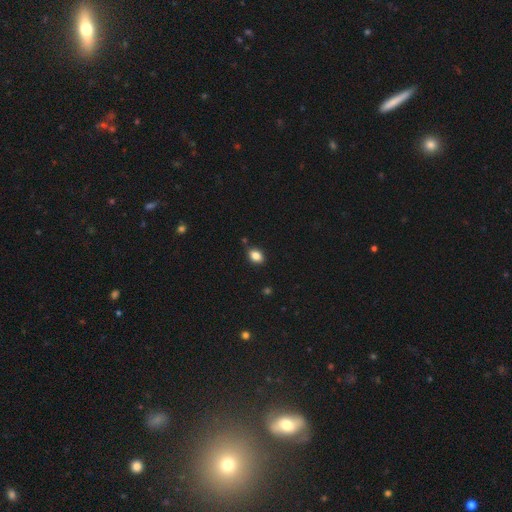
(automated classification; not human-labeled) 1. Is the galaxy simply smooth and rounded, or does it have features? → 85% smooth, 9% star or artifact, 5% featured or disk.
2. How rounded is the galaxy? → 78% in between, 21% round, 1% cigar-shaped.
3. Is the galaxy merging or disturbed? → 84% none, 12% minor disturbance, 2% merger, 2% major disturbance.